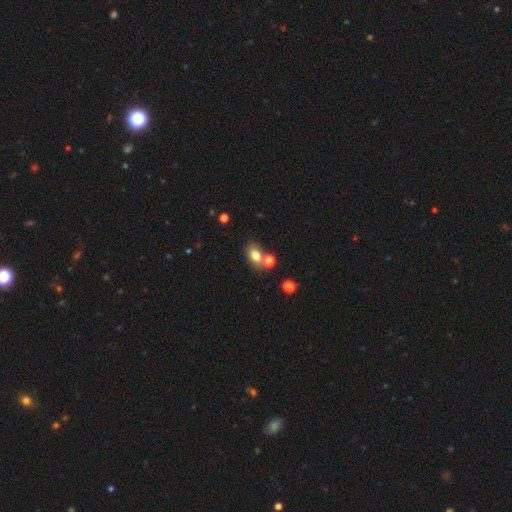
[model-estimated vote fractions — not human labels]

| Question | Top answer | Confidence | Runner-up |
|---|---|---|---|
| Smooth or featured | smooth | 78% | star or artifact (11%) |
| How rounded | in between | 74% | round (24%) |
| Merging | none | 55% | merger (28%) |